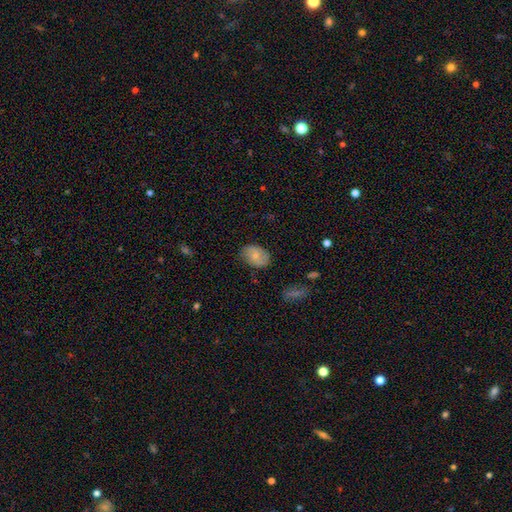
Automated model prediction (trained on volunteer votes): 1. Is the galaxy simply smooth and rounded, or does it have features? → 68% smooth, 24% featured or disk, 8% star or artifact.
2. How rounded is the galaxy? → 77% in between, 22% round, 1% cigar-shaped.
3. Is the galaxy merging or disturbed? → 77% none, 18% minor disturbance, 4% major disturbance, 1% merger.